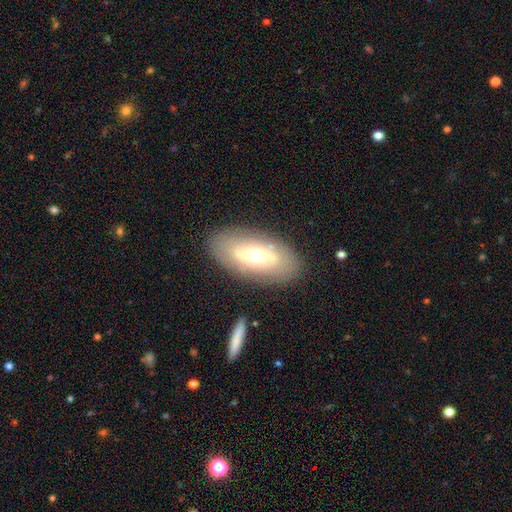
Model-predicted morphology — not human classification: This appears to be a featured or disk galaxy (49%). Merging: none (81%).